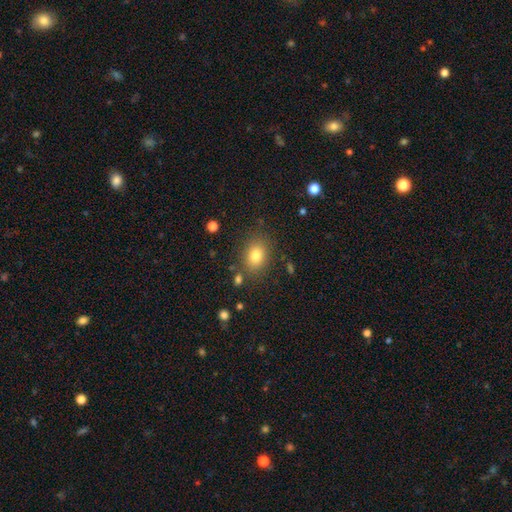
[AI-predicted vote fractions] This appears to be a smooth galaxy with no disk features (80%) that is in between round and cigar-shaped (64%). Merging: none (81%).